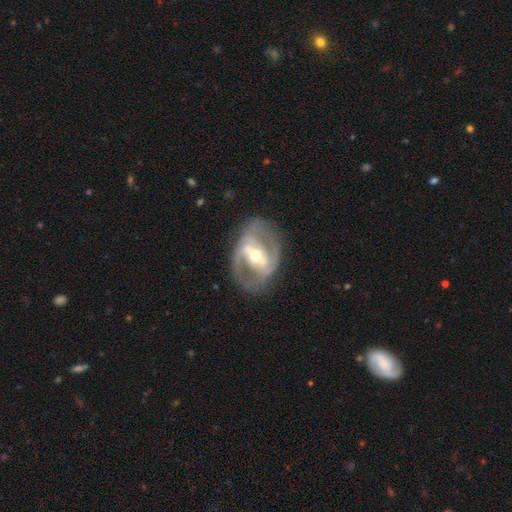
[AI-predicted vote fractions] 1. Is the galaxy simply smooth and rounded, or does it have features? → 88% featured or disk, 7% smooth, 5% star or artifact.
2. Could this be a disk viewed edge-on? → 97% no, 3% yes.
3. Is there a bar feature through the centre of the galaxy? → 51% strong, 35% weak, 14% no.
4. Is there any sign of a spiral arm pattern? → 93% yes, 7% no.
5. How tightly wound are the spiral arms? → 53% medium, 27% tight, 20% loose.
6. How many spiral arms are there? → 77% 2, 10% 3, 7% can't tell, 2% 1, 2% 4, 2% more than 4.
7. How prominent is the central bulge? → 66% moderate, 27% small, 6% large, 1% none, 1% dominant.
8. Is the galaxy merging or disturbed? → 74% none, 16% minor disturbance, 9% major disturbance, 2% merger.